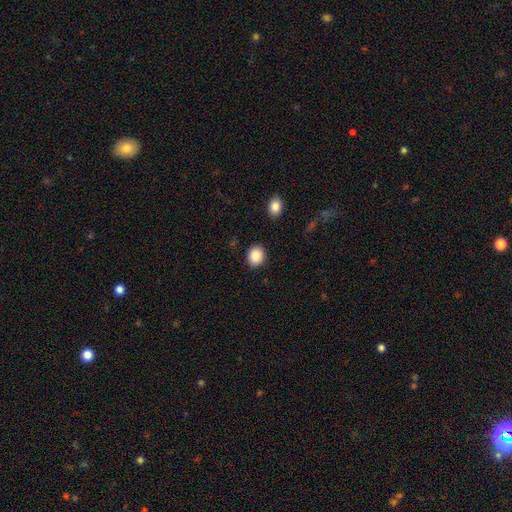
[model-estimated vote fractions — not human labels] A smooth galaxy with no disk features (89%) that is round (66%). Merging: none (88%).